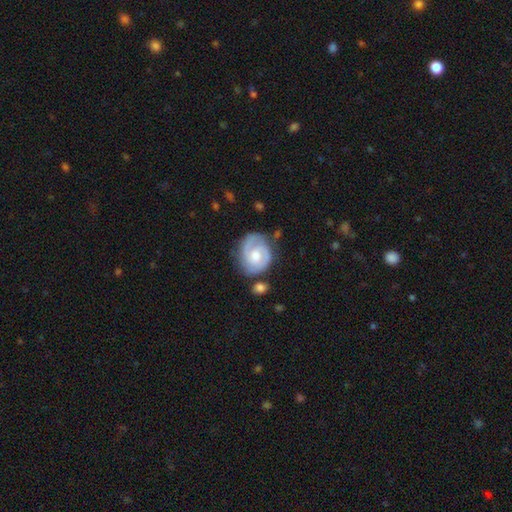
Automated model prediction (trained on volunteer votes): This appears to be a featured or disk galaxy (81%) with no bar (59%), 2 (73%) tight (57%) spiral arms (95%) and a moderate central bulge (62%). Merging: none (70%).